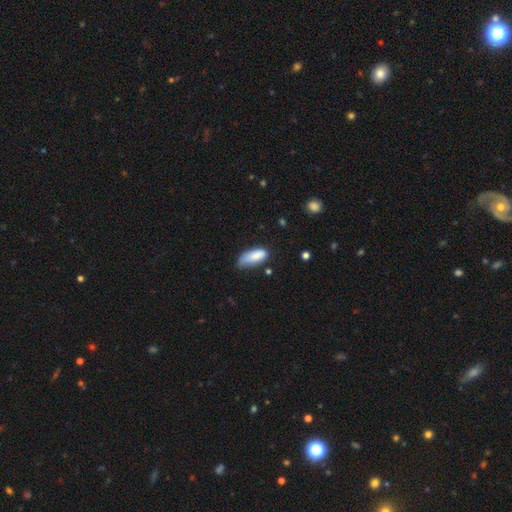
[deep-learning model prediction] smooth_or_featured: smooth (p=0.84) [alt: featured or disk p=0.09]
how_rounded: in between (p=0.80) [alt: cigar-shaped p=0.18]
merging: none (p=0.43) [alt: minor disturbance p=0.41]